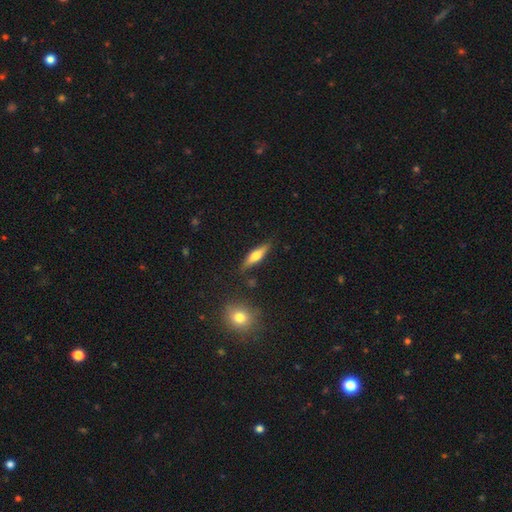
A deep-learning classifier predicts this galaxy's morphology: Smooth or featured? smooth (50%)
Merging? none (84%)